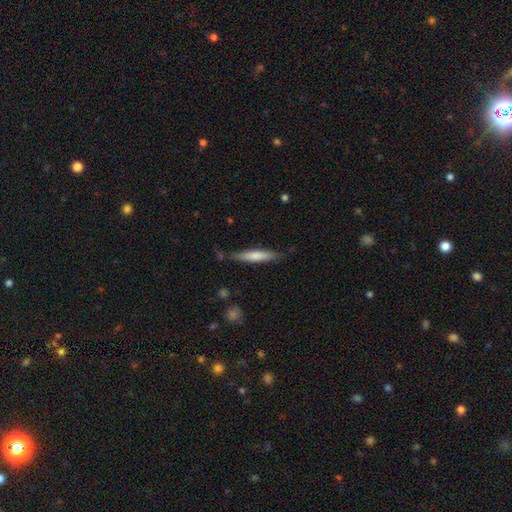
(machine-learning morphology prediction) Smooth or featured?
  - smooth: 68% *
  - featured or disk: 27%
  - star or artifact: 5%
How rounded?
  - cigar-shaped: 88% *
  - in between: 10%
  - round: 1%
Merging?
  - none: 79% *
  - minor disturbance: 16%
  - major disturbance: 3%
  - merger: 3%